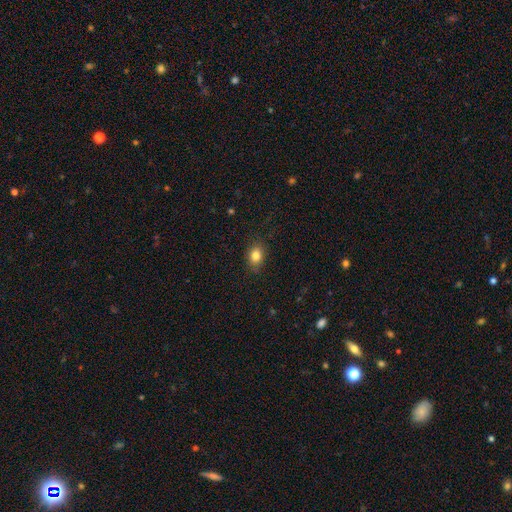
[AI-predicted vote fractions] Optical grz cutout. It shows a smooth galaxy with no disk features (82%) that is in between round and cigar-shaped (65%). Merging: none (84%).